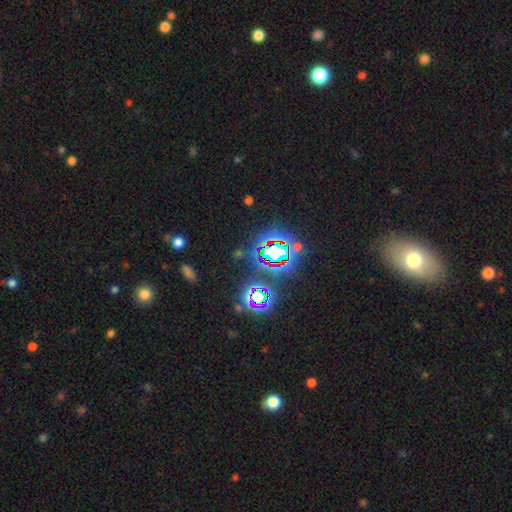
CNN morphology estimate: Smooth or featured: star or artifact — 64% (smooth — 22%)